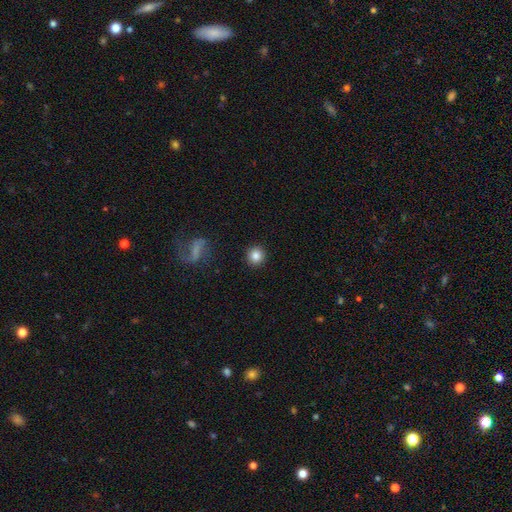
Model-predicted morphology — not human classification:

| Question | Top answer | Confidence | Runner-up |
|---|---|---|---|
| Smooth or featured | smooth | 84% | star or artifact (10%) |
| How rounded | round | 92% | in between (7%) |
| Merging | none | 91% | minor disturbance (5%) |